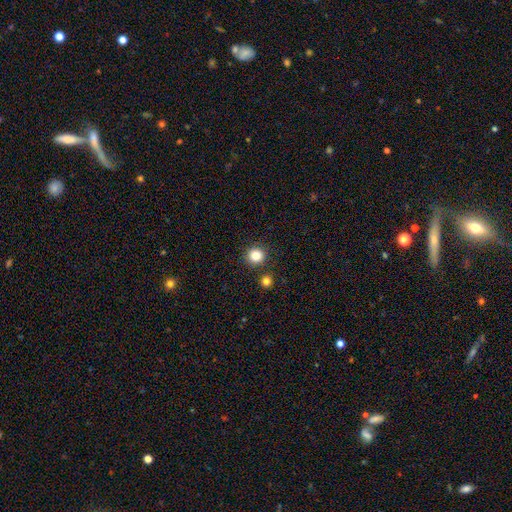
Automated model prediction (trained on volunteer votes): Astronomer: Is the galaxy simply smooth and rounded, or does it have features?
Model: smooth — 83%.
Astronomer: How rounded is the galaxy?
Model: round — 93%.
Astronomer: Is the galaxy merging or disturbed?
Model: none — 89%.